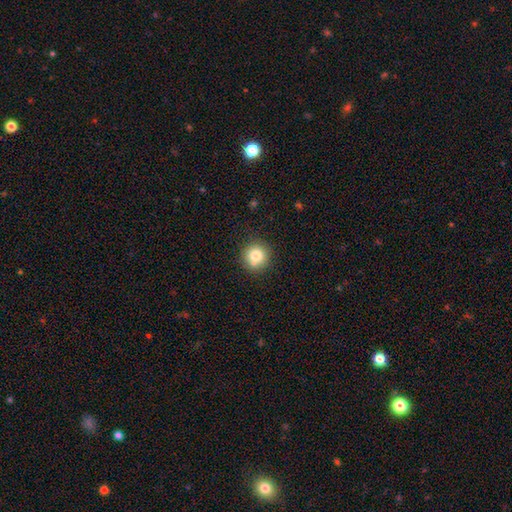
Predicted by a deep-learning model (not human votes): The model was most divided on "smooth or featured": smooth: 79%, star or artifact: 11%, featured or disk: 10%. More confident: how rounded — round (93%); merging — none (79%).